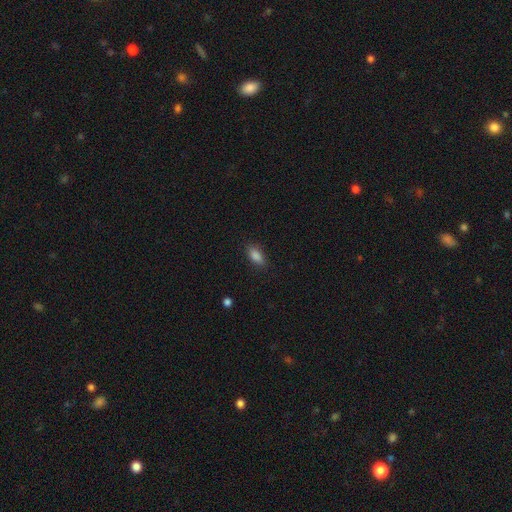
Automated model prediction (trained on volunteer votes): This appears to be a smooth galaxy with no disk features (87%) that is in between round and cigar-shaped (89%). Merging: none (84%).